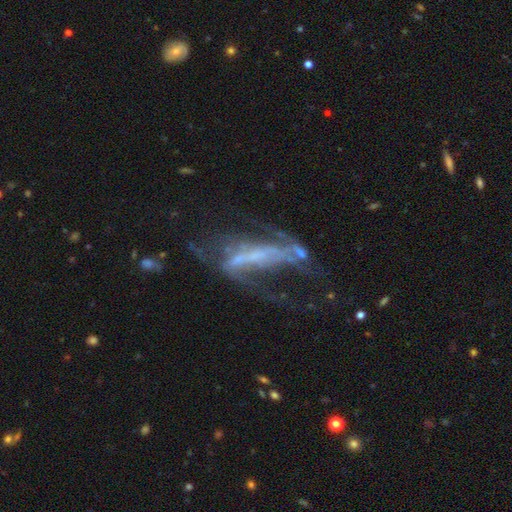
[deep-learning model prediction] Smooth or featured? Predicted: featured or disk (p=0.71). Edge-on disk? Predicted: no (p=0.80). Bar? Predicted: strong (p=0.43). Spiral arms? Predicted: yes (p=0.51). Bulge size? Predicted: none (p=0.52). Merging? Predicted: major disturbance (p=0.47).